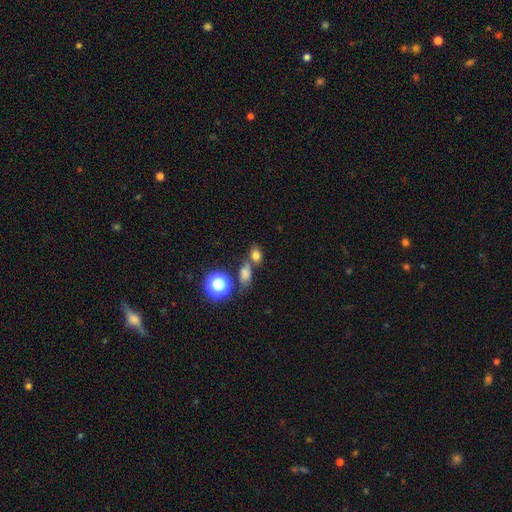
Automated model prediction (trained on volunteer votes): Smooth or featured: smooth — 73% (star or artifact — 19%)
How rounded: in between — 63% (round — 34%)
Merging: none — 55% (merger — 30%)